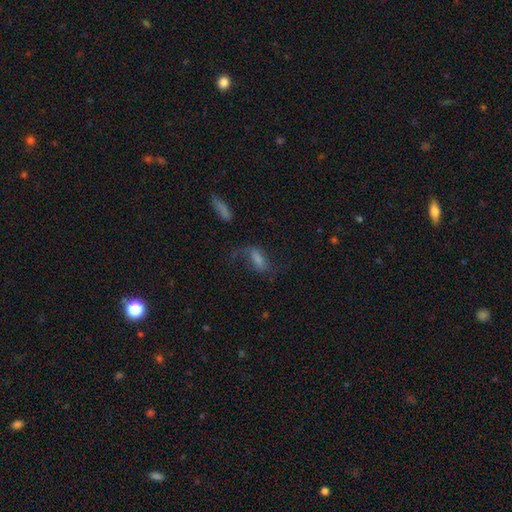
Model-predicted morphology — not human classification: The model was most divided on "smooth or featured": featured or disk: 42%, smooth: 37%, star or artifact: 20%. Remaining: merging — none (48%).